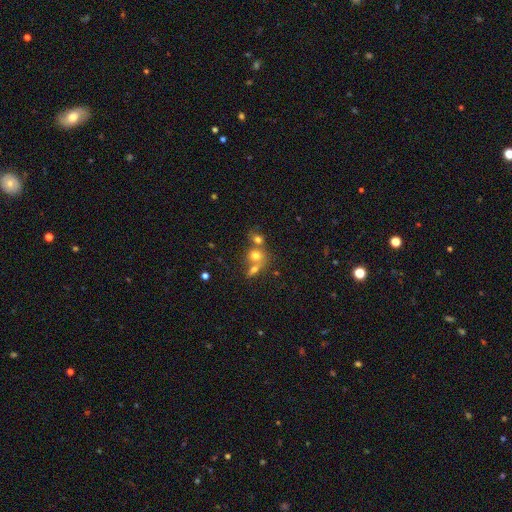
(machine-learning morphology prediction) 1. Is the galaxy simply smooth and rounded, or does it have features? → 70% smooth, 17% featured or disk, 13% star or artifact.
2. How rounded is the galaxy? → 67% round, 31% in between, 2% cigar-shaped.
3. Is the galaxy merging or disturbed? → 56% merger, 31% none, 8% minor disturbance, 5% major disturbance.